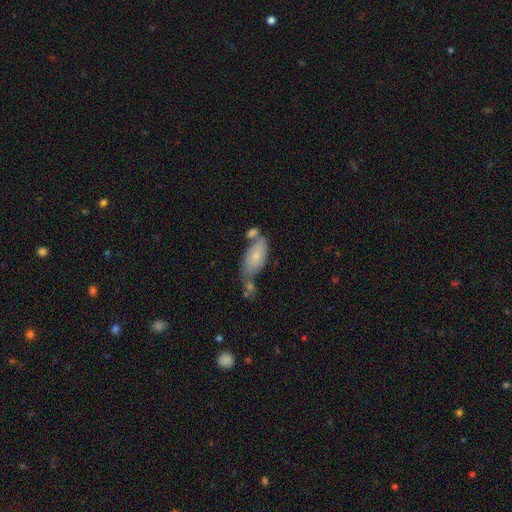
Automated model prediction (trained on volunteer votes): smooth 66%, featured or disk 26%, star or artifact 7%. Down the decision tree: how rounded — in between (87%); merging — none (34%).